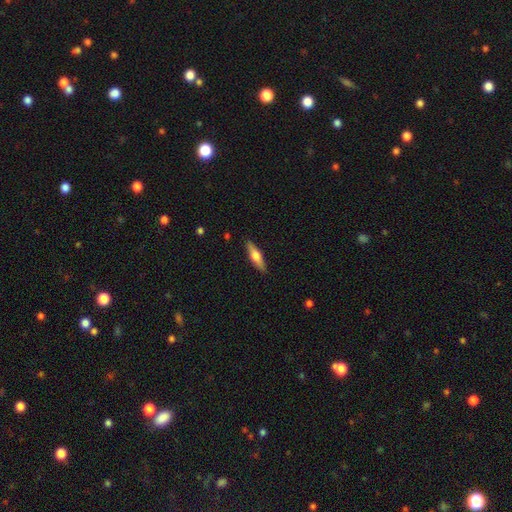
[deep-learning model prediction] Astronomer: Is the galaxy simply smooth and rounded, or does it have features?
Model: smooth — 50% (runner-up: featured or disk, 45%).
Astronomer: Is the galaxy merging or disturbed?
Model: none — 89%.